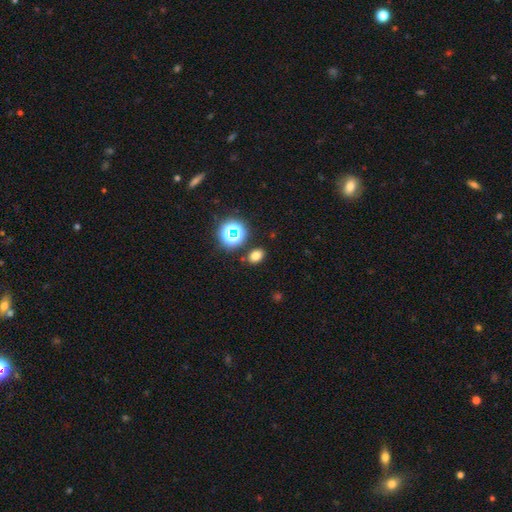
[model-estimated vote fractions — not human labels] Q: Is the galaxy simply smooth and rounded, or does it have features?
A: smooth — 74%.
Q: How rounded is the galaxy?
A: in between — 67%.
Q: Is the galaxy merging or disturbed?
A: none — 85%.